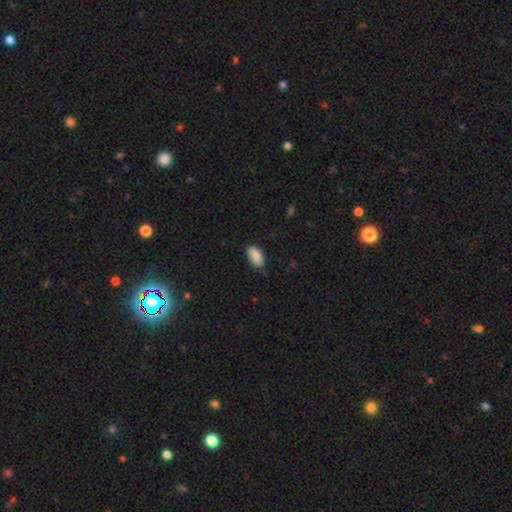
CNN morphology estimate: This is clearly a smooth galaxy (85%). How rounded: clearly in between (93%). Merging: likely none (77%).